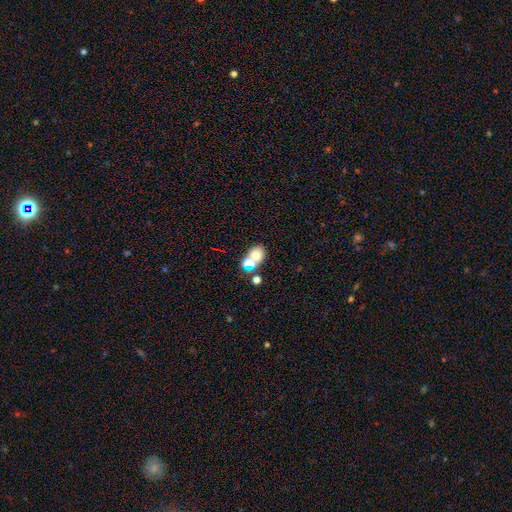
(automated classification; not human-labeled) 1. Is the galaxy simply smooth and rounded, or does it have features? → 69% smooth, 16% star or artifact, 15% featured or disk.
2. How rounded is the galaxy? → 52% in between, 47% round, 1% cigar-shaped.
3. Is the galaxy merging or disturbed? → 46% merger, 41% none, 8% minor disturbance, 5% major disturbance.